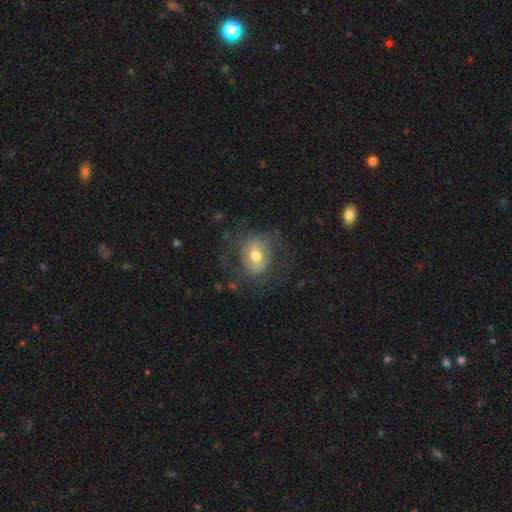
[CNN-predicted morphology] This is possibly a featured or disk galaxy (50%). Merging: likely none (64%).